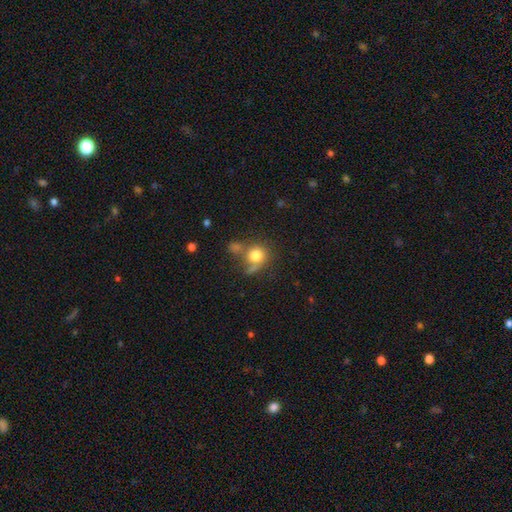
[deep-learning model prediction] Morphology: type=smooth (80%); roundness=round (85%); merging=none (49%).